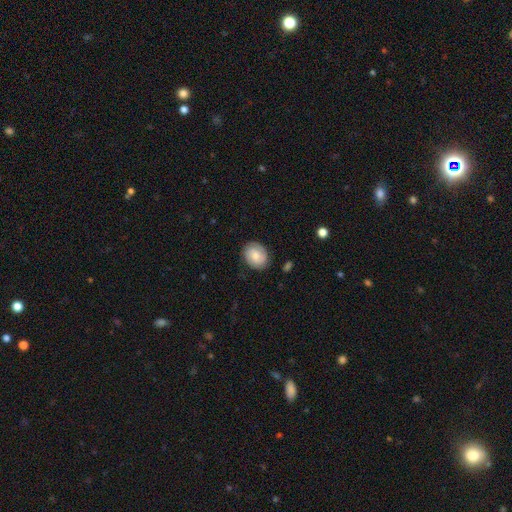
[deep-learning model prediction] This appears to be a smooth galaxy with no disk features (54%) that is in between round and cigar-shaped (53%). Merging: none (82%).